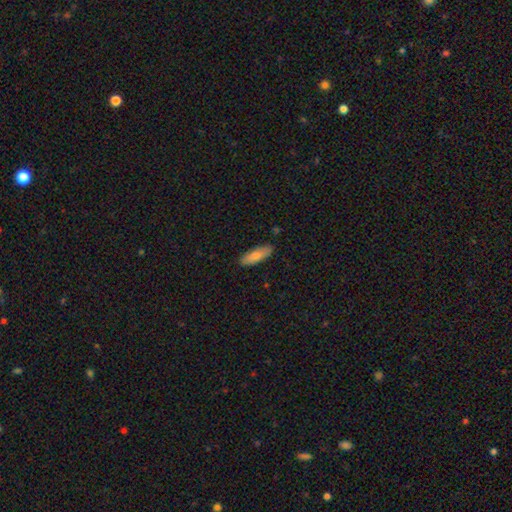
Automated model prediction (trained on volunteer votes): Overall: smooth (81%). How rounded: in between (59%; cigar-shaped 39%). Merging: none (86%).